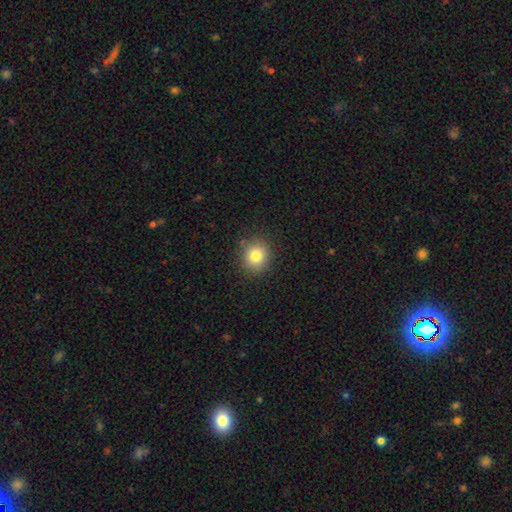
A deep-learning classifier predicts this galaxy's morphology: type=smooth (80%); roundness=round (75%); merging=none (87%).